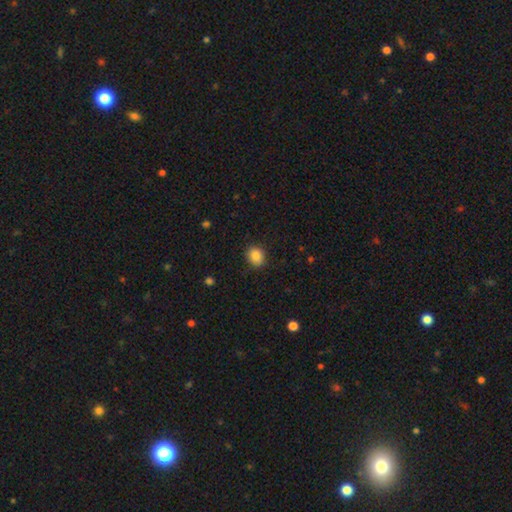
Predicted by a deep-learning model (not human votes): Morphology: type=smooth (86%); roundness=round (59%); merging=none (87%).